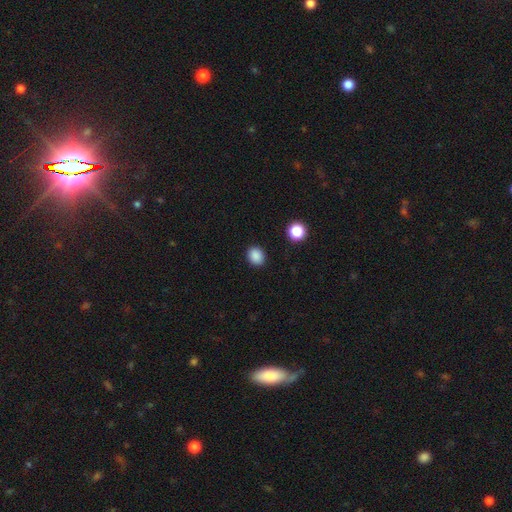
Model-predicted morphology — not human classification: Q: Smooth or featured?
A: smooth (87%); runner-up: star or artifact (10%)
Q: How rounded?
A: round (59%); runner-up: in between (40%)
Q: Merging?
A: none (90%); runner-up: minor disturbance (7%)